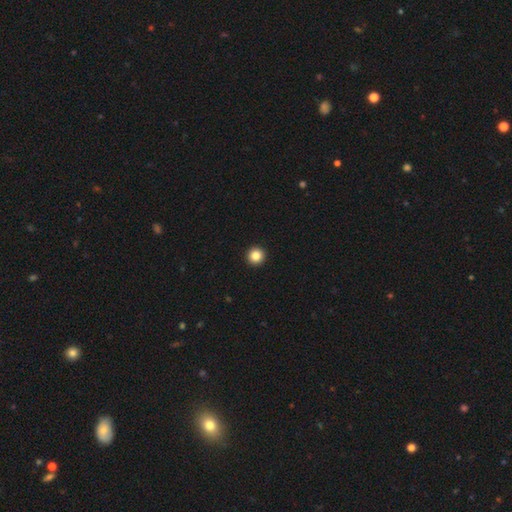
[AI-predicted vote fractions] Morphology: type=smooth (85%); roundness=round (96%); merging=none (95%).